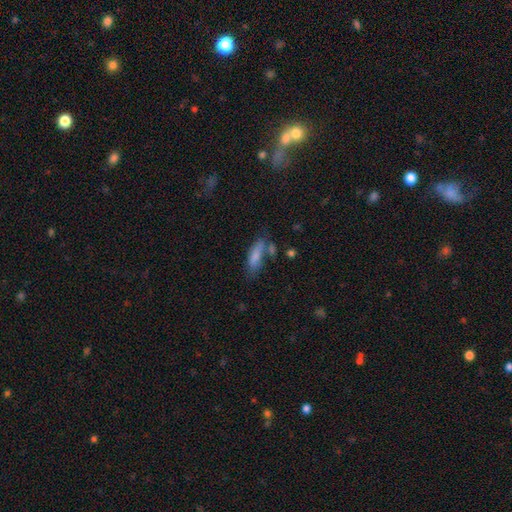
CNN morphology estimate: This is likely a smooth galaxy (78%). How rounded: possibly in between (51%). Merging: possibly none (51%).